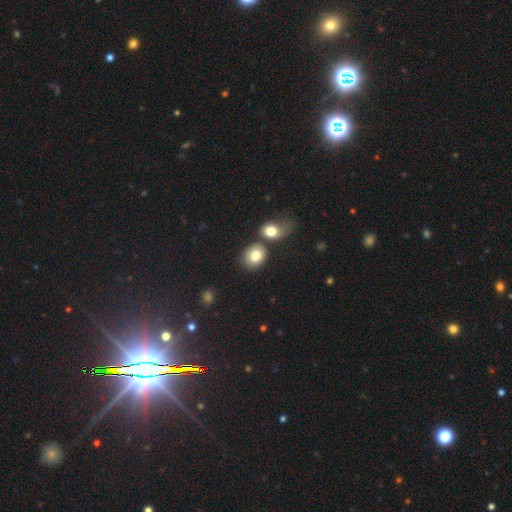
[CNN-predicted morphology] A smooth galaxy with no disk features (78%) that is in between round and cigar-shaped (50%). Merging: none (57%).